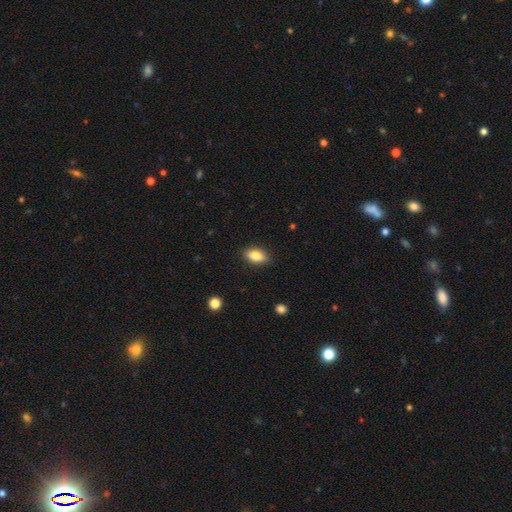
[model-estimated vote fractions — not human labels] Smooth or featured? Predicted: smooth (p=0.83). How rounded? Predicted: in between (p=0.89). Merging? Predicted: none (p=0.88).